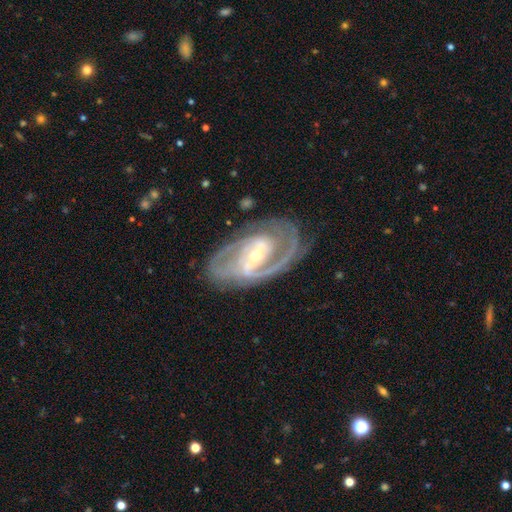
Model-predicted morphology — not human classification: type=featured or disk (91%); edge-on=no (96%); bar=strong (42%); spiral arms=yes (97%); winding=tight (47%); arm count=2 (66%); bulge=small (51%); merging=none (73%).